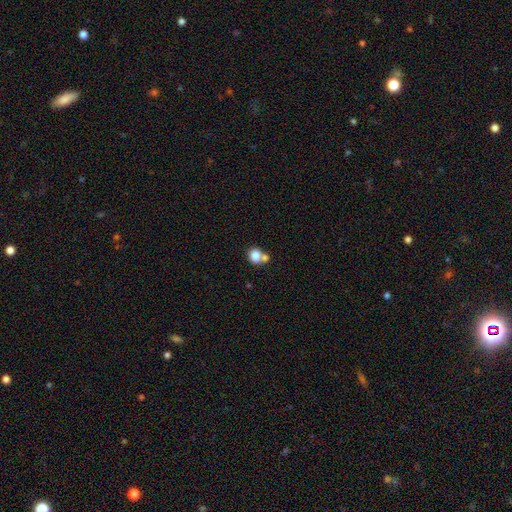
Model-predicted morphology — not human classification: smooth 81%, star or artifact 10%, featured or disk 9%. Down the decision tree: how rounded — round (75%); merging — merger (45%).